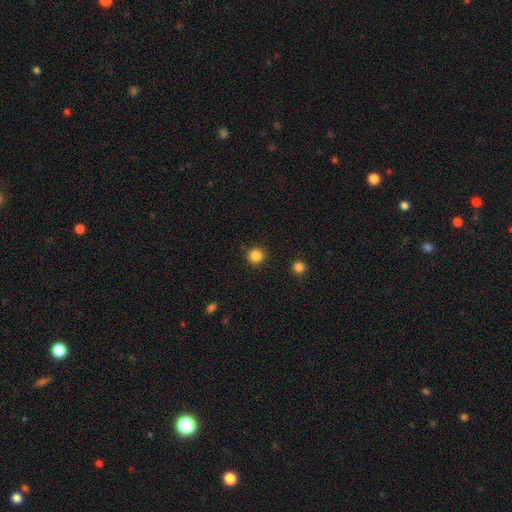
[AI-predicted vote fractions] This appears to be a smooth galaxy with no disk features (84%) that is round (94%). Merging: none (90%).